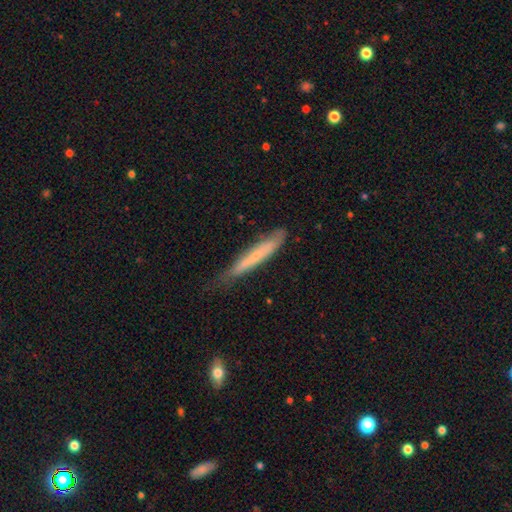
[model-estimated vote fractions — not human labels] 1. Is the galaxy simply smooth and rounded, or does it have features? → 55% smooth, 38% featured or disk, 7% star or artifact.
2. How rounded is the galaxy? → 94% cigar-shaped, 5% in between, 1% round.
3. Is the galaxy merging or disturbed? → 59% none, 31% minor disturbance, 8% major disturbance, 2% merger.